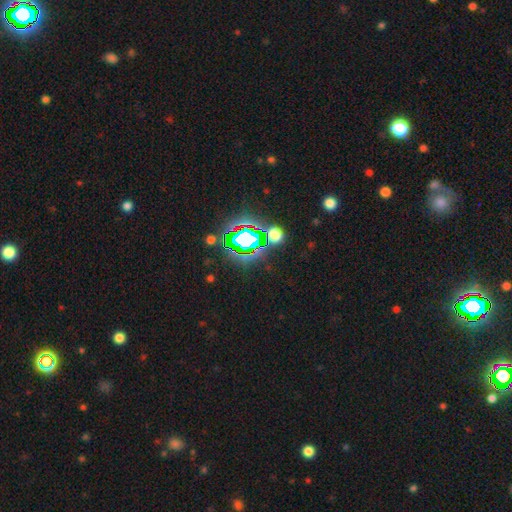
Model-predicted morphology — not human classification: Overall: star or artifact (82%).